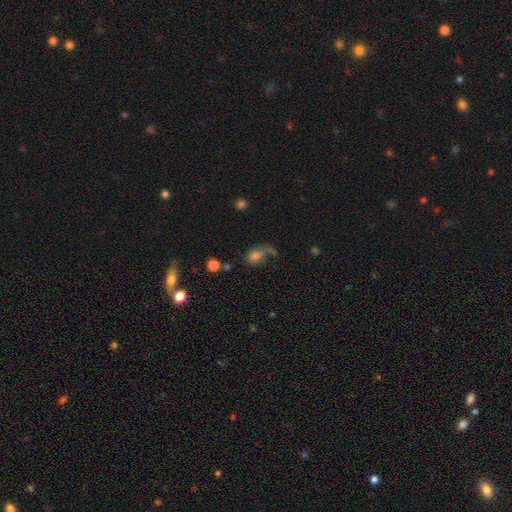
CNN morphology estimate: smooth-or-featured: smooth: 61% | featured or disk: 24% | star or artifact: 15%
  how-rounded: in between: 80% | round: 15% | cigar-shaped: 5%
  merging: major disturbance: 35% | none: 34% | minor disturbance: 21% | merger: 10%